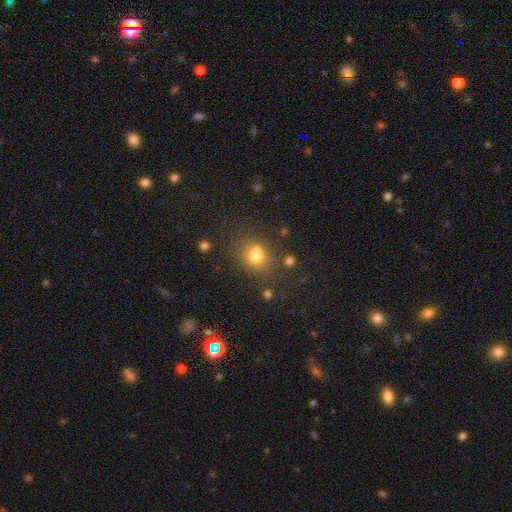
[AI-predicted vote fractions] Q: Smooth or featured?
A: smooth (71%); runner-up: star or artifact (17%)
Q: How rounded?
A: round (70%); runner-up: in between (29%)
Q: Merging?
A: none (58%); runner-up: merger (20%)